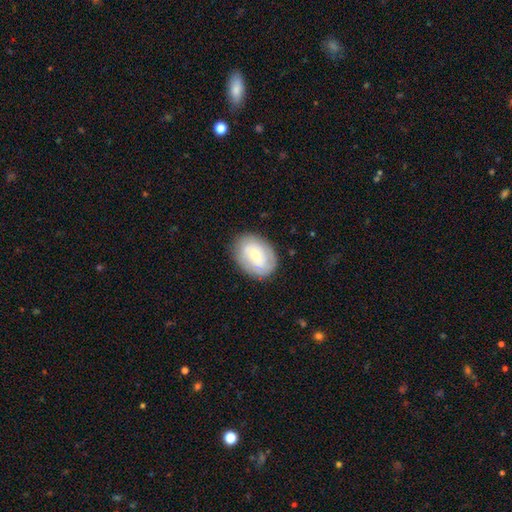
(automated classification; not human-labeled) Smooth or featured? Predicted: smooth (p=0.48). Merging? Predicted: none (p=0.81).